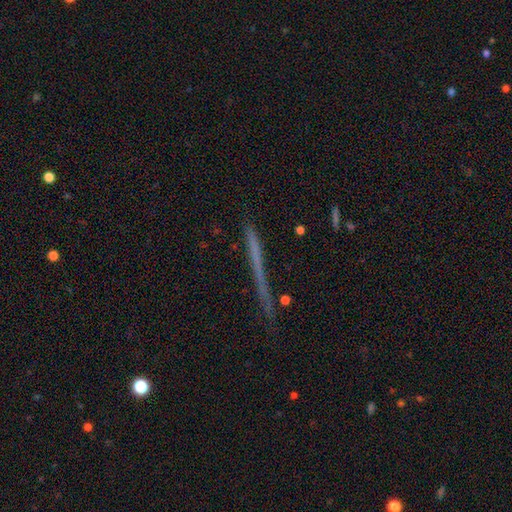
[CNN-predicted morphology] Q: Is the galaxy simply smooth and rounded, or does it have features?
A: featured or disk — 44%, tied with smooth.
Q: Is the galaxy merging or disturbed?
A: none — 80%.